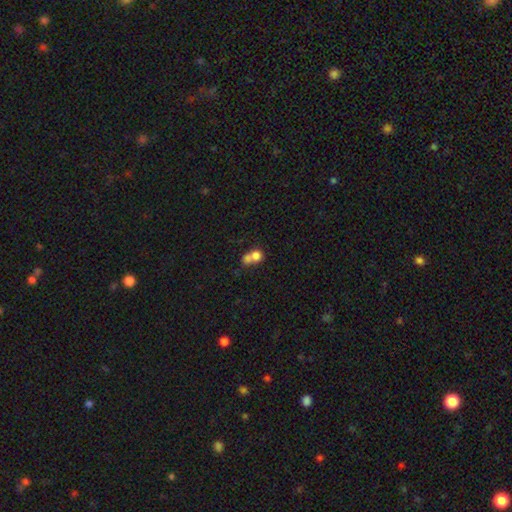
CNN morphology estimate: smooth_or_featured: smooth (p=0.73) [alt: featured or disk p=0.16]
how_rounded: round (p=0.70) [alt: in between p=0.28]
merging: merger (p=0.65) [alt: none p=0.24]